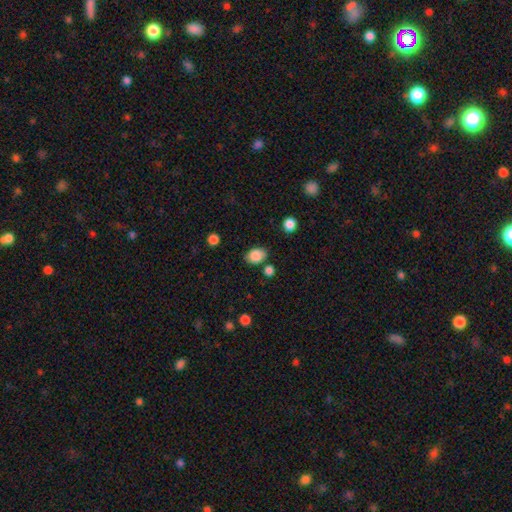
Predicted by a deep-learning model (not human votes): smooth_or_featured: smooth (p=0.86) [alt: star or artifact p=0.08]
how_rounded: in between (p=0.76) [alt: round p=0.23]
merging: none (p=0.76) [alt: minor disturbance p=0.14]